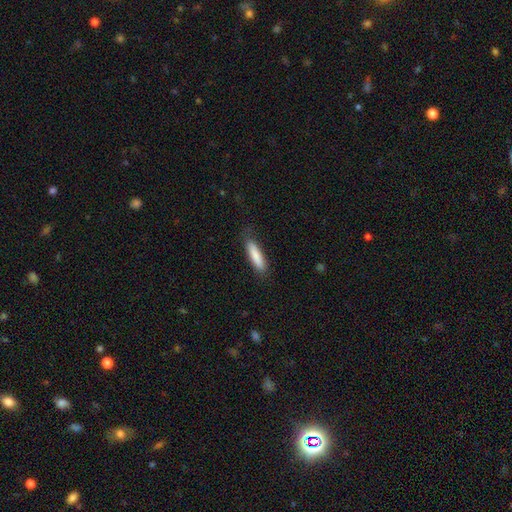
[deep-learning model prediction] A smooth galaxy with no disk features (83%) that is cigar-shaped (76%).

Vote fractions:
- Smooth or featured? smooth: 83% / featured or disk: 11% / star or artifact: 6%
- How rounded? cigar-shaped: 76% / in between: 22% / round: 1%
- Merging? none: 82% / minor disturbance: 13% / major disturbance: 3% / merger: 1%